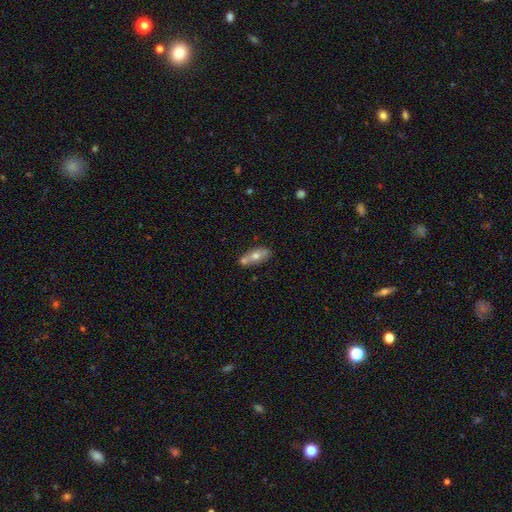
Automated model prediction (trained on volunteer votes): The model was most divided on "smooth or featured": smooth: 58%, featured or disk: 35%, star or artifact: 7%. More confident: how rounded — in between (71%); merging — none (53%).